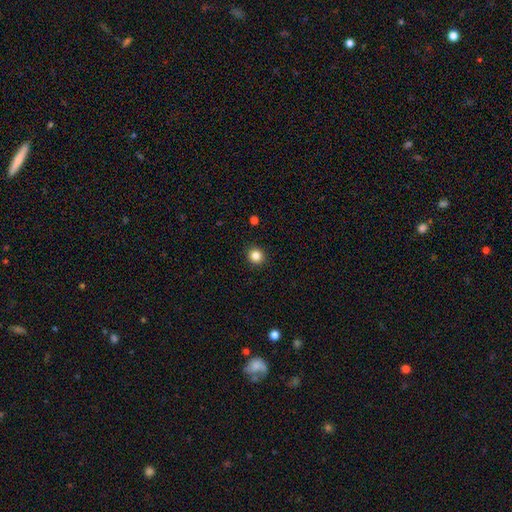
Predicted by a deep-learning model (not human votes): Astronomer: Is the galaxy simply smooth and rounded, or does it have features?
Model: smooth — 85%.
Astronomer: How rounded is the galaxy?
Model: round — 91%.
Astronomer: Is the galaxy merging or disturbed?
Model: none — 93%.